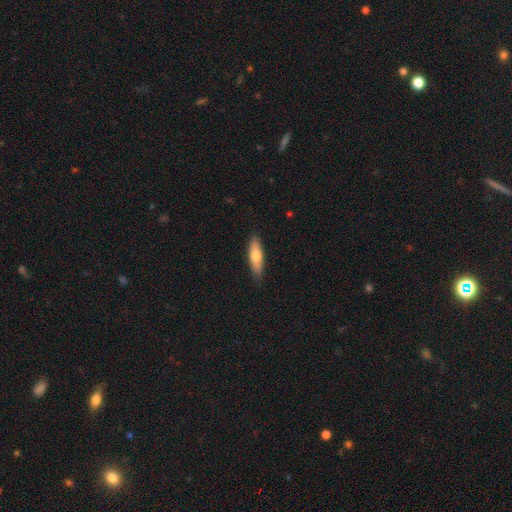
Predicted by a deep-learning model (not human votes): The model was most divided on "how rounded": cigar-shaped: 57%, in between: 41%, round: 2%. More confident: merging — none (87%); smooth or featured — smooth (63%).